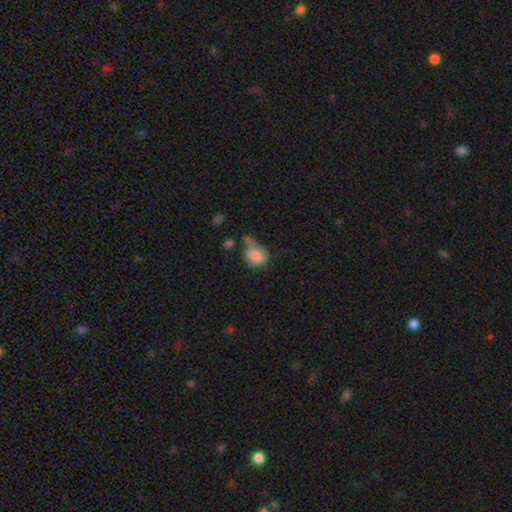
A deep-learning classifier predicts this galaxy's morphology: smooth_or_featured: smooth (p=0.78) [alt: featured or disk p=0.14]
how_rounded: round (p=0.56) [alt: in between p=0.43]
merging: none (p=0.33) [alt: minor disturbance p=0.29]